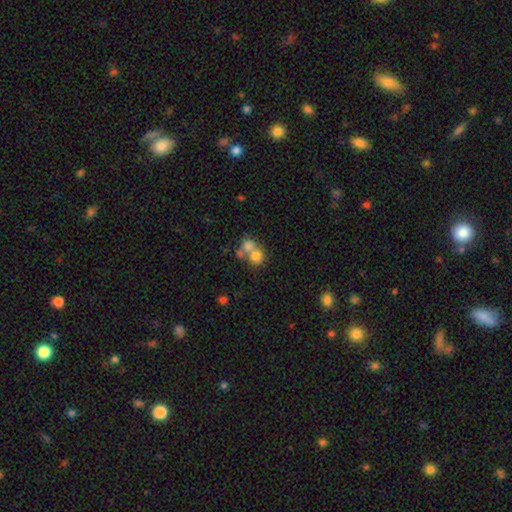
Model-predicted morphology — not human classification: This appears to be a smooth galaxy with no disk features (73%) that is round (82%). Merging: merger (55%).